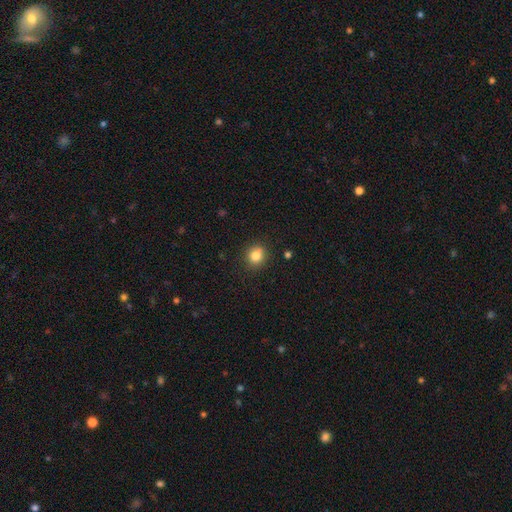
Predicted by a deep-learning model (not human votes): Q: Smooth or featured?
A: smooth (83%); runner-up: star or artifact (11%)
Q: How rounded?
A: round (80%); runner-up: in between (19%)
Q: Merging?
A: none (83%); runner-up: minor disturbance (11%)